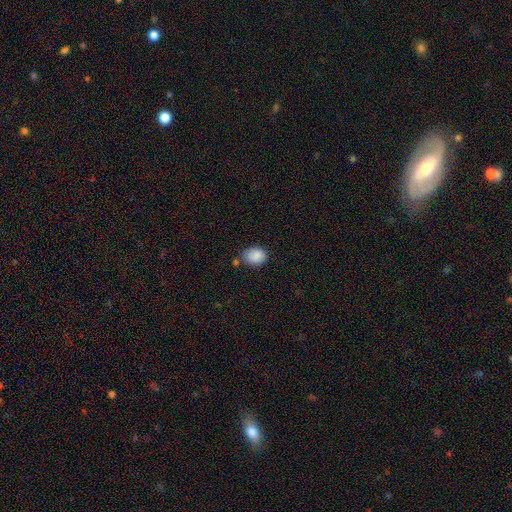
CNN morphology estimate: This is clearly a smooth galaxy (88%). How rounded: possibly in between (54%). Merging: likely none (68%).